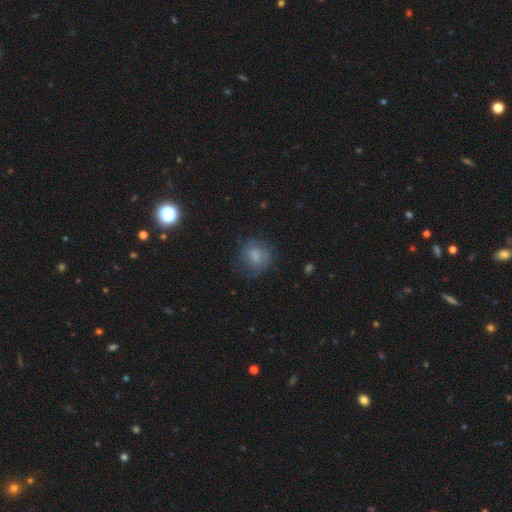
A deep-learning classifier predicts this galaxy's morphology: Smooth or featured? Predicted: smooth (p=0.70). How rounded? Predicted: round (p=0.78). Merging? Predicted: none (p=0.65).